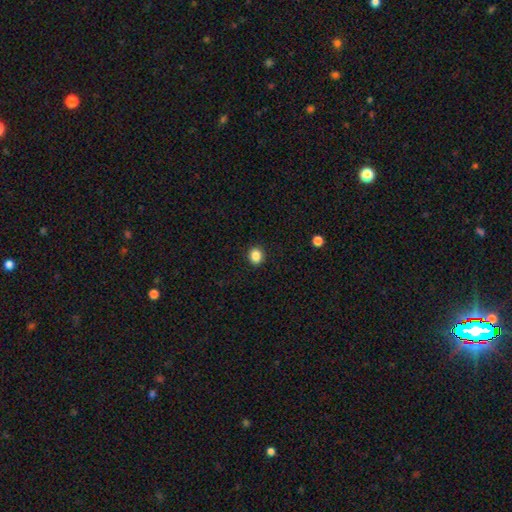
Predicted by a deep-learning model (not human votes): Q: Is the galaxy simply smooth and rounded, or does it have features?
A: smooth — 86%.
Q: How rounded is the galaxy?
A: round — 71%.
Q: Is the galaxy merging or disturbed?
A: none — 91%.